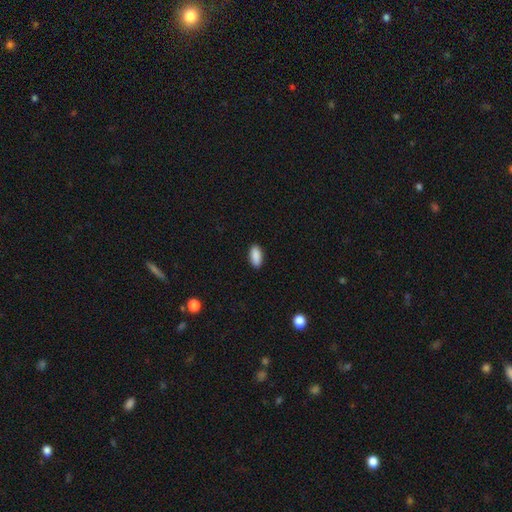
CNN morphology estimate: type=smooth (90%); roundness=in between (89%); merging=none (90%).